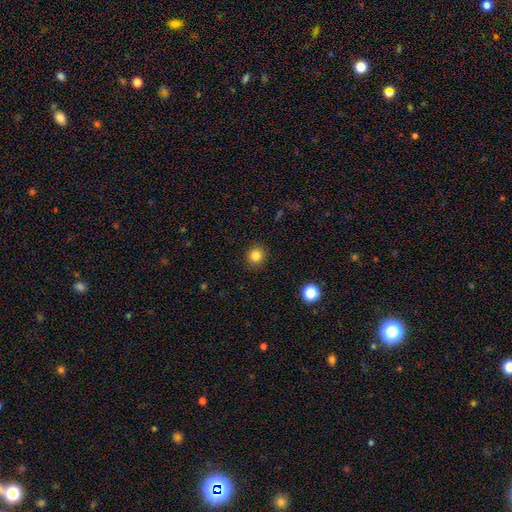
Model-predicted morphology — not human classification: type=smooth (83%); roundness=round (92%); merging=none (91%).